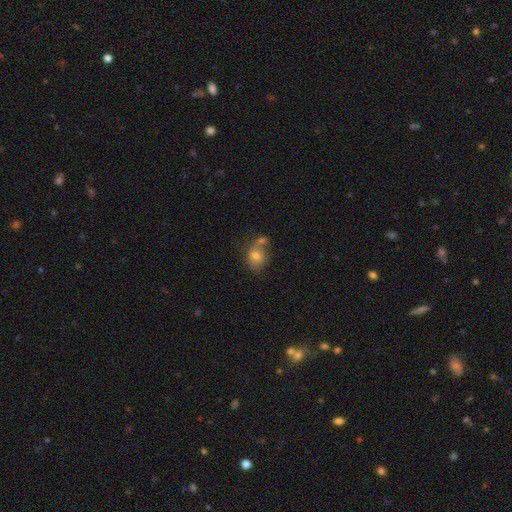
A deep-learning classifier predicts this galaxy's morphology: type=smooth (71%); roundness=round (50%); merging=none (36%).